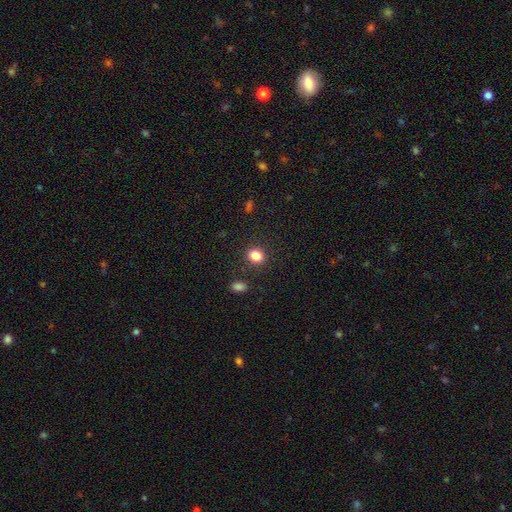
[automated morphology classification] Smooth or featured?
  - smooth: 85% *
  - star or artifact: 11%
  - featured or disk: 4%
How rounded?
  - round: 63% *
  - in between: 36%
  - cigar-shaped: 1%
Merging?
  - none: 86% *
  - minor disturbance: 8%
  - major disturbance: 3%
  - merger: 2%